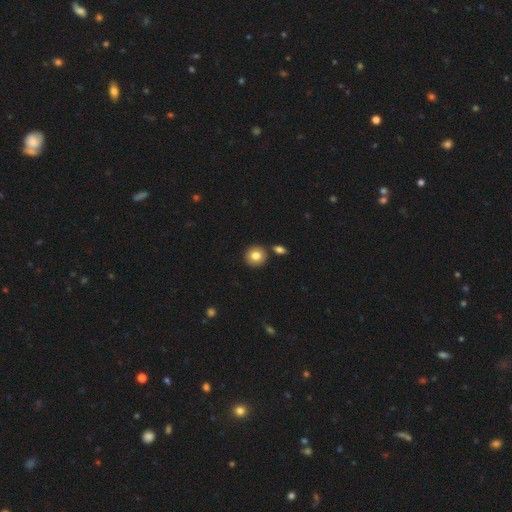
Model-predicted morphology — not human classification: smooth_or_featured: smooth (p=0.81) [alt: featured or disk p=0.10]
how_rounded: round (p=0.90) [alt: in between p=0.09]
merging: none (p=0.82) [alt: merger p=0.08]